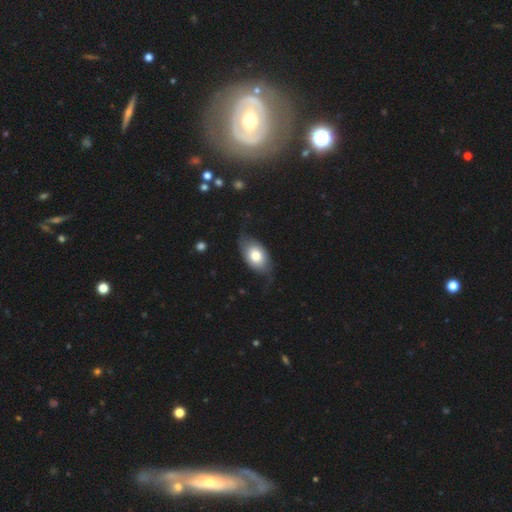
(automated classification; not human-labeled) smooth 64%, featured or disk 30%, star or artifact 6%. Down the decision tree: how rounded — in between (88%); merging — none (59%).